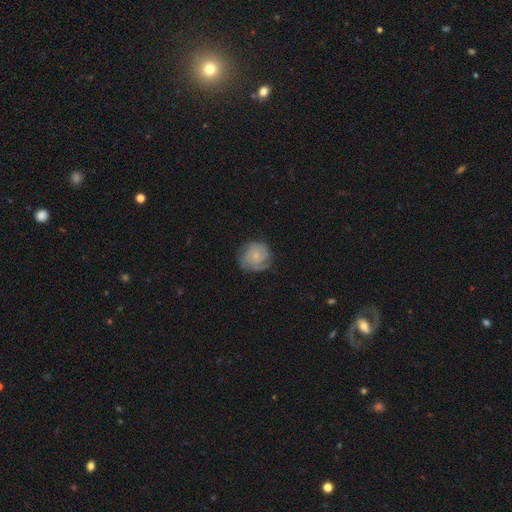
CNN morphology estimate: Q: Smooth or featured?
A: featured or disk (66%); runner-up: smooth (28%)
Q: Edge-on disk?
A: no (98%); runner-up: yes (2%)
Q: Bar?
A: no (76%); runner-up: weak (21%)
Q: Spiral arms?
A: yes (91%); runner-up: no (9%)
Q: Spiral winding?
A: tight (68%); runner-up: medium (26%)
Q: Spiral arm count?
A: 2 (34%); runner-up: can't tell (31%)
Q: Bulge size?
A: small (70%); runner-up: moderate (20%)
Q: Merging?
A: none (73%); runner-up: minor disturbance (19%)